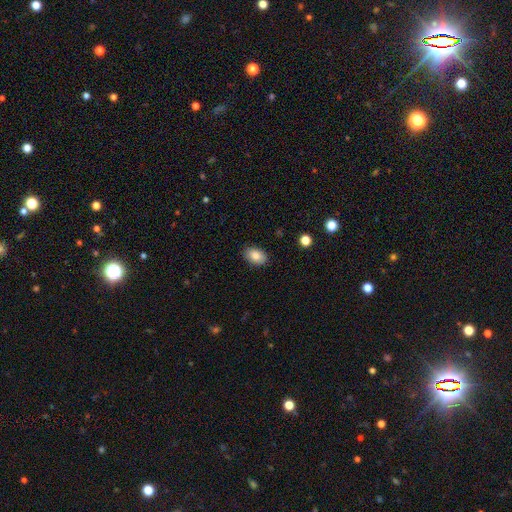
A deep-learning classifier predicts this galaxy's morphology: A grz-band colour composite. It shows a smooth galaxy with no disk features (86%) that is in between round and cigar-shaped (87%). Merging: none (87%).